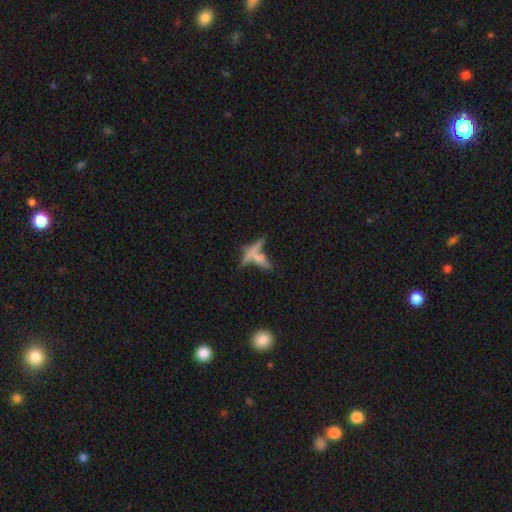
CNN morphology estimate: The model was most divided on "merging": merger: 44%, none: 37%, minor disturbance: 11%, major disturbance: 8%. Remaining: smooth or featured — smooth (48%).